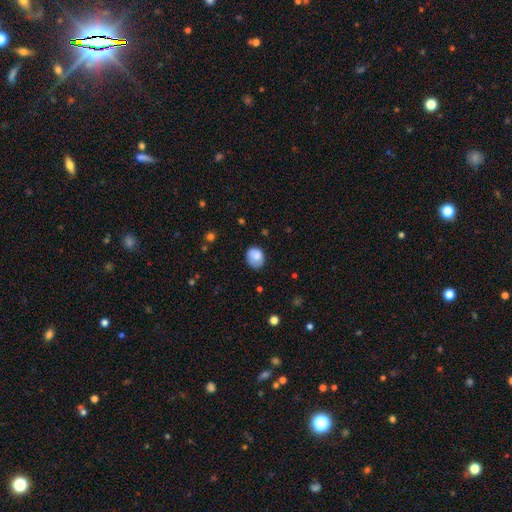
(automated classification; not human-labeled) A smooth galaxy with no disk features (82%) that is round (53%). Merging: none (67%).